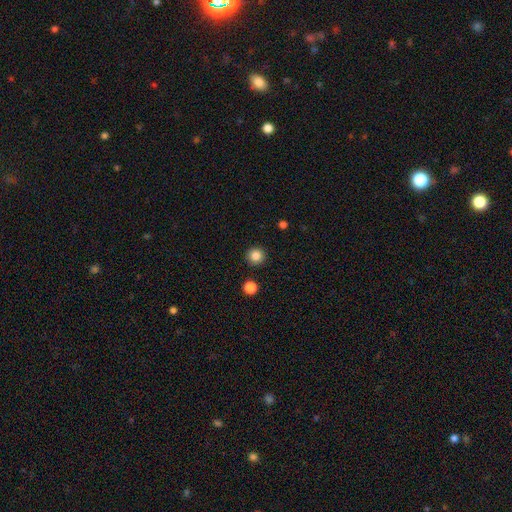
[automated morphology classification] smooth-or-featured: smooth: 86% | star or artifact: 11% | featured or disk: 4%
  how-rounded: round: 95% | in between: 4% | cigar-shaped: 1%
  merging: none: 92% | minor disturbance: 4% | merger: 2% | major disturbance: 2%